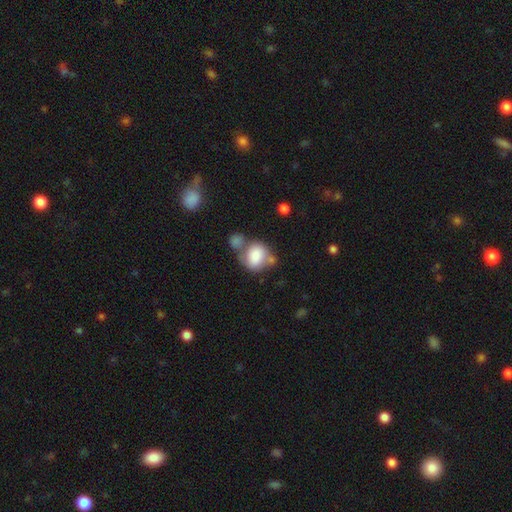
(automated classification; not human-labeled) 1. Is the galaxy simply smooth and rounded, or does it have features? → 78% smooth, 15% featured or disk, 7% star or artifact.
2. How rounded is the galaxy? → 58% round, 41% in between, 1% cigar-shaped.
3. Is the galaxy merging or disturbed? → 41% merger, 33% none, 16% minor disturbance, 9% major disturbance.